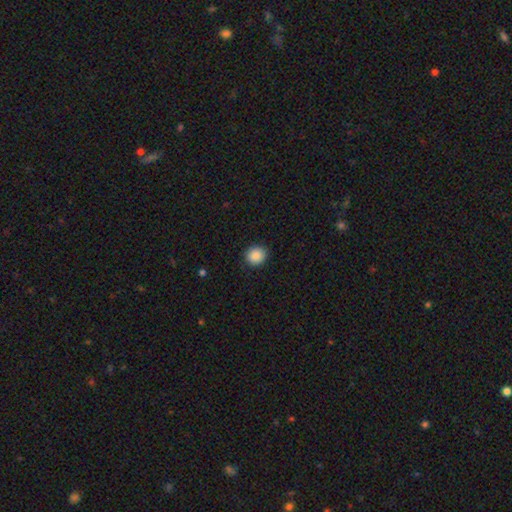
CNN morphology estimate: Overall: smooth (87%). How rounded: round (78%). Merging: none (89%).